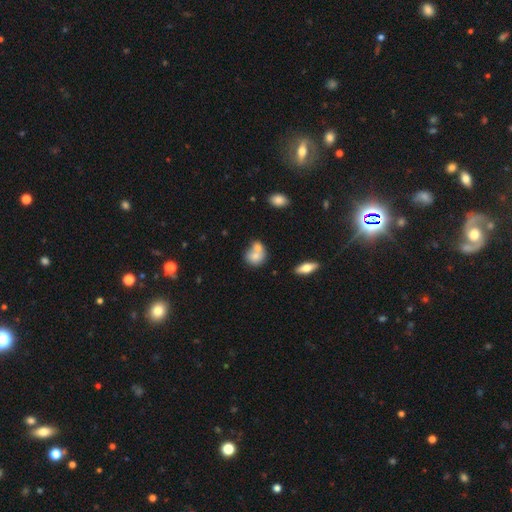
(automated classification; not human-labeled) Morphology: type=smooth (72%); roundness=round (63%); merging=merger (55%).